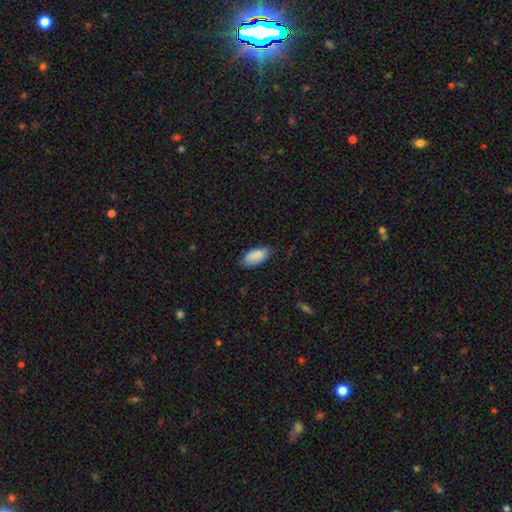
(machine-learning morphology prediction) type=smooth (89%); roundness=in between (91%); merging=none (80%).